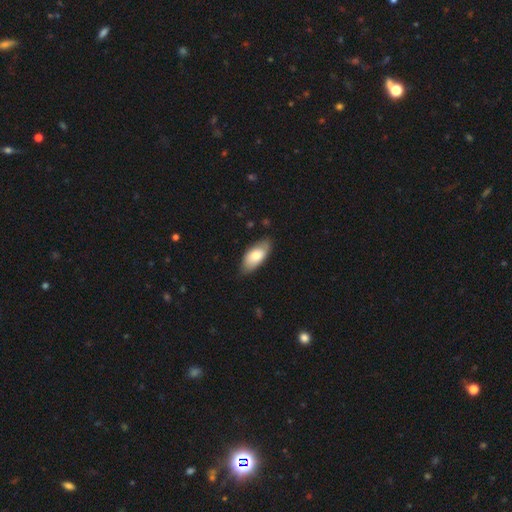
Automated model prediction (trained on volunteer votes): smooth-or-featured: smooth: 75% | featured or disk: 19% | star or artifact: 6%
  how-rounded: in between: 91% | cigar-shaped: 7% | round: 2%
  merging: none: 79% | minor disturbance: 17% | major disturbance: 3% | merger: 1%